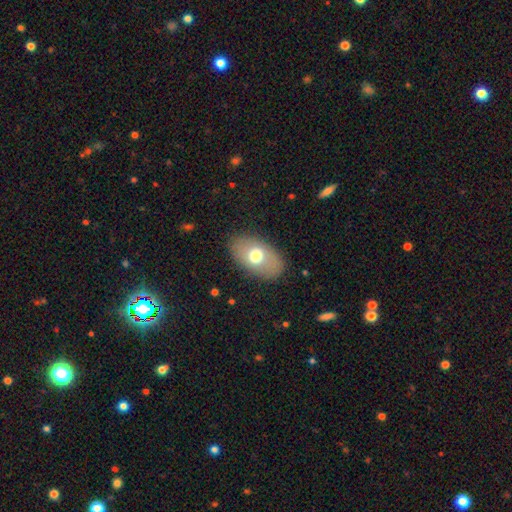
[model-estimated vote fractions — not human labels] smooth_or_featured: smooth (p=0.67) [alt: featured or disk p=0.25]
how_rounded: in between (p=0.90) [alt: round p=0.09]
merging: none (p=0.85) [alt: minor disturbance p=0.11]